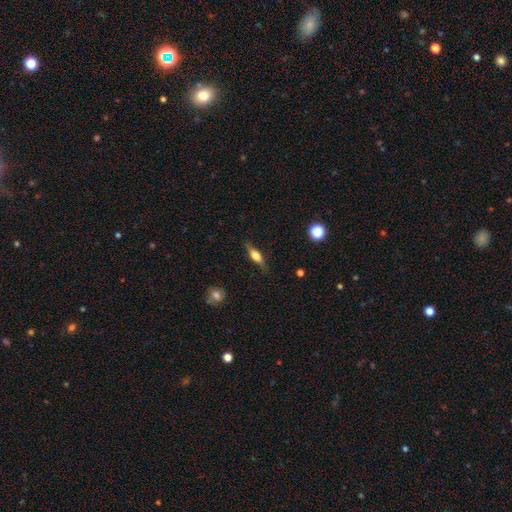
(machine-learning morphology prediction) Smooth or featured? featured or disk (49%)
Merging? none (82%)